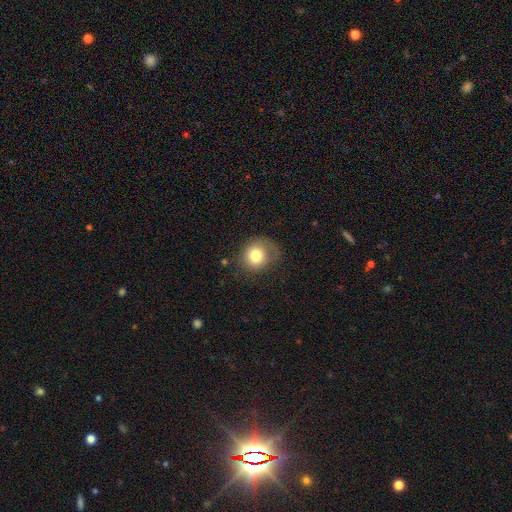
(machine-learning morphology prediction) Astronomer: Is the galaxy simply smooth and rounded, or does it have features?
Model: smooth — 77%.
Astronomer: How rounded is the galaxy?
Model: round — 77%.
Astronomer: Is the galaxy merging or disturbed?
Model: none — 58%.